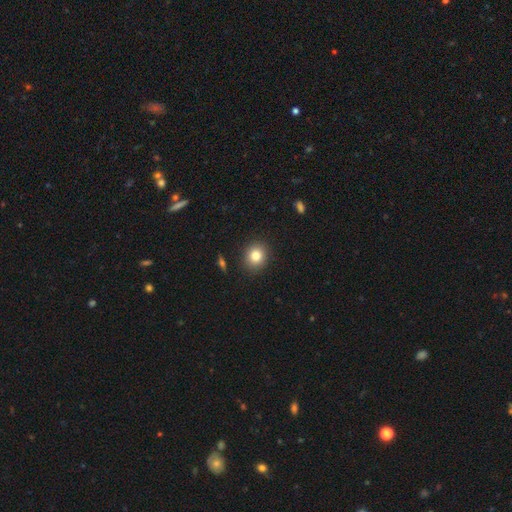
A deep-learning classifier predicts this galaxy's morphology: Q: Smooth or featured?
A: smooth (82%); runner-up: star or artifact (10%)
Q: How rounded?
A: round (76%); runner-up: in between (23%)
Q: Merging?
A: none (90%); runner-up: minor disturbance (7%)